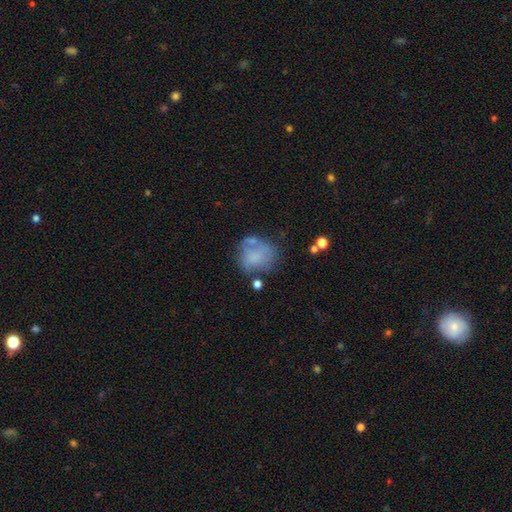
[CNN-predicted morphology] smooth_or_featured: smooth (p=0.56) [alt: featured or disk p=0.33]
how_rounded: round (p=0.74) [alt: in between p=0.25]
merging: none (p=0.47) [alt: minor disturbance p=0.23]